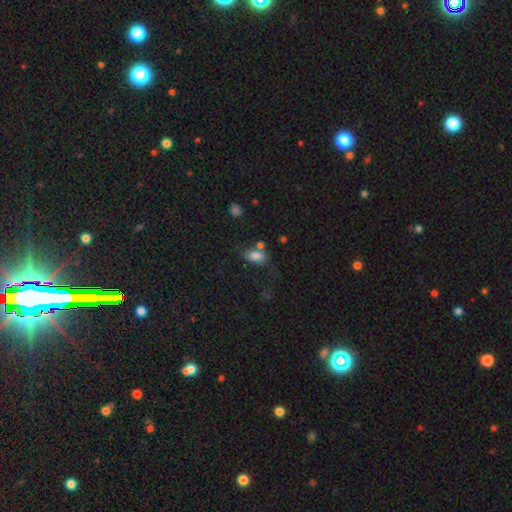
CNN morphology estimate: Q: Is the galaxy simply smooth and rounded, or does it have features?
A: smooth — 79%.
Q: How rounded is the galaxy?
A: in between — 86%.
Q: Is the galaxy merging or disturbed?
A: none — 47%.